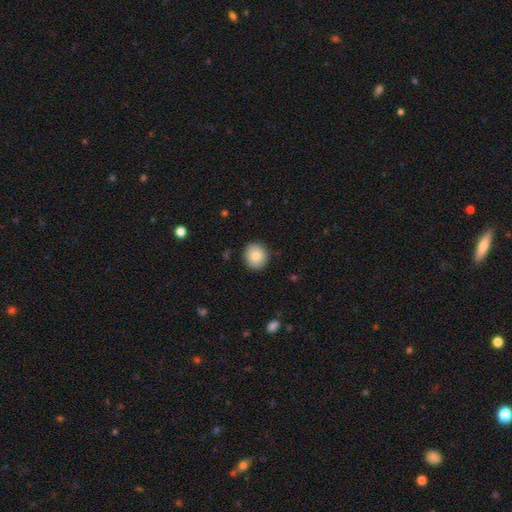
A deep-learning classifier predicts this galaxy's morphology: smooth_or_featured: smooth (p=0.84) [alt: featured or disk p=0.09]
how_rounded: round (p=0.84) [alt: in between p=0.16]
merging: none (p=0.89) [alt: minor disturbance p=0.08]